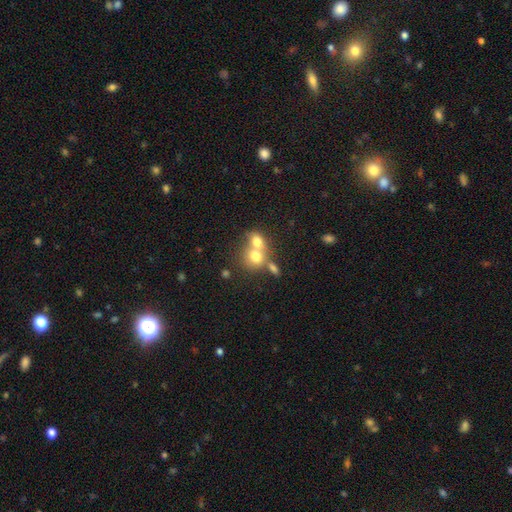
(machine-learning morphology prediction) This appears to be a smooth galaxy with no disk features (71%) that is round (63%). Merging: merger (64%).